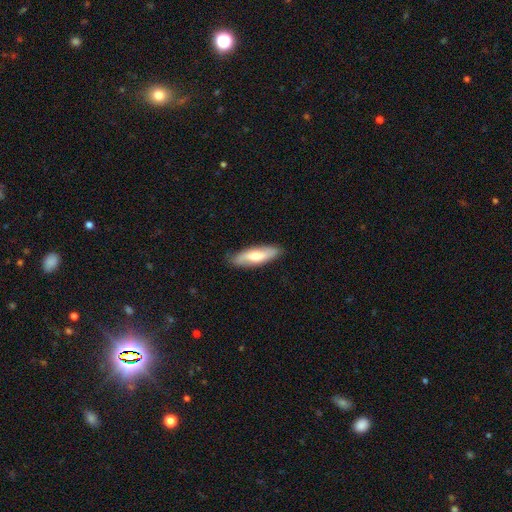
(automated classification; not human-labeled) Smooth or featured? Predicted: smooth (p=0.56). How rounded? Predicted: in between (p=0.49, tied with cigar-shaped). Merging? Predicted: none (p=0.85).